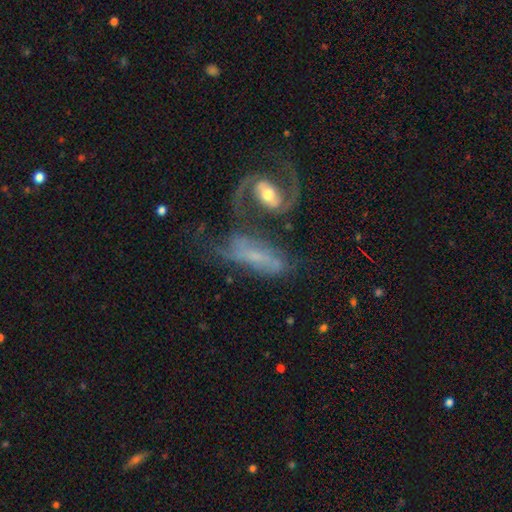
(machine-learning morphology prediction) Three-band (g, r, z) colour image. It shows a featured or disk galaxy (75%) with no bar (39%), 2 (79%) medium (48%) spiral arms (89%) and a small central bulge (52%). Merging: merger (42%).